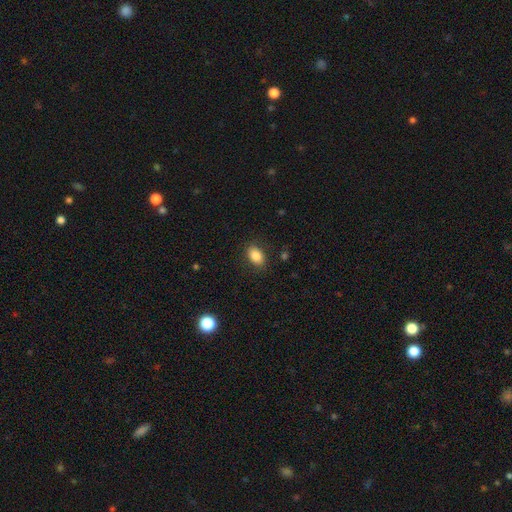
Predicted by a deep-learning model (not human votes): Morphology: type=smooth (84%); roundness=in between (86%); merging=none (86%).